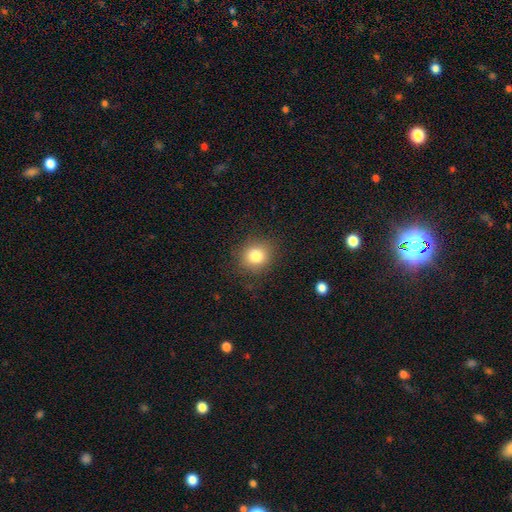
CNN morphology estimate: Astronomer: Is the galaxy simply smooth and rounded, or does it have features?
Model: smooth — 81%.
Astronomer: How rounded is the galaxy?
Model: round — 81%.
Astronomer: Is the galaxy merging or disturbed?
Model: none — 86%.